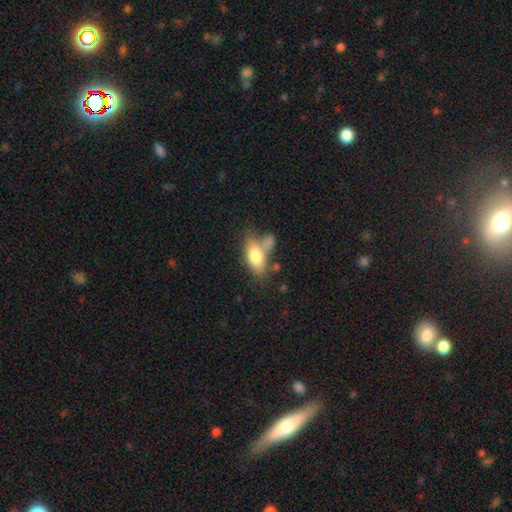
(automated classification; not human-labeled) A smooth galaxy with no disk features (72%) that is in between round and cigar-shaped (84%).

Vote fractions:
- Smooth or featured? smooth: 72% / featured or disk: 21% / star or artifact: 7%
- How rounded? in between: 84% / cigar-shaped: 11% / round: 5%
- Merging? none: 38% / merger: 30% / minor disturbance: 19% / major disturbance: 12%